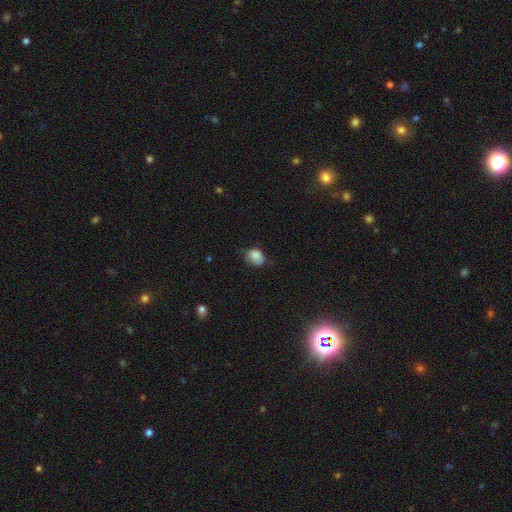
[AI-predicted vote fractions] This is clearly a smooth galaxy (83%). How rounded: possibly in between (60%). Merging: possibly none (55%).